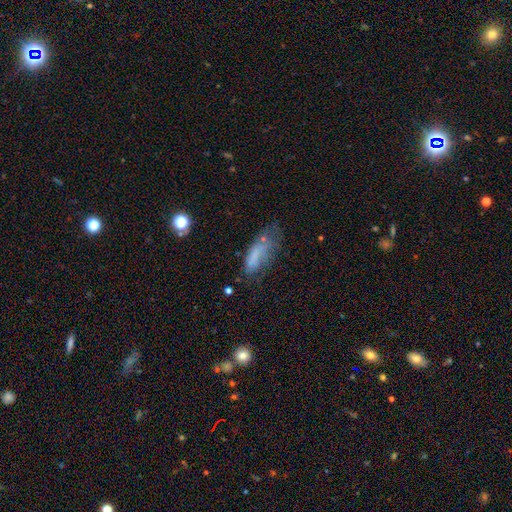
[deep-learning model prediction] smooth 61%, featured or disk 25%, star or artifact 13%. Down the decision tree: how rounded — in between (70%); merging — none (34%).